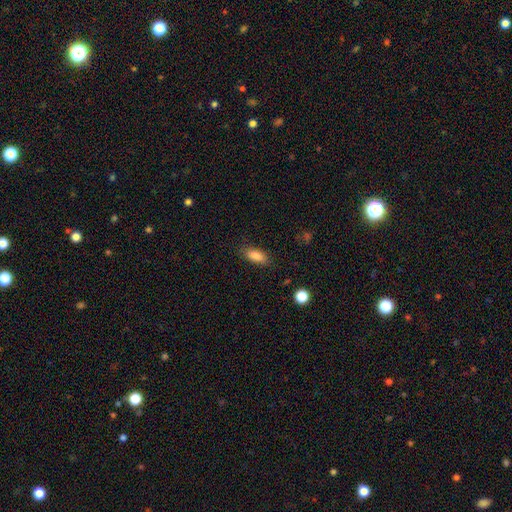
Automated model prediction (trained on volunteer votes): Smooth or featured?
  - smooth: 86% *
  - star or artifact: 8%
  - featured or disk: 6%
How rounded?
  - in between: 83% *
  - cigar-shaped: 13%
  - round: 3%
Merging?
  - none: 83% *
  - minor disturbance: 13%
  - major disturbance: 3%
  - merger: 1%